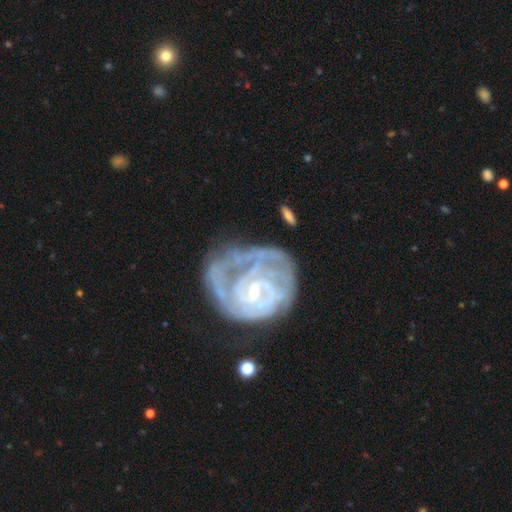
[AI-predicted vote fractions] Morphology: type=featured or disk (80%); edge-on=no (97%); bar=no (62%); spiral arms=yes (88%); winding=tight (74%); arm count=can't tell (36%); bulge=small (72%); merging=none (51%).